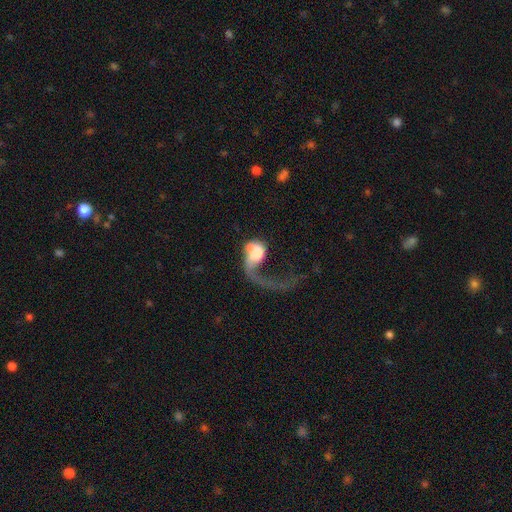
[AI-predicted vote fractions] Q: Smooth or featured?
A: featured or disk (54%); runner-up: smooth (38%)
Q: Edge-on disk?
A: no (97%); runner-up: yes (3%)
Q: Bar?
A: no (74%); runner-up: weak (20%)
Q: Spiral arms?
A: yes (68%); runner-up: no (32%)
Q: Bulge size?
A: large (35%); runner-up: moderate (21%)
Q: Merging?
A: major disturbance (58%); runner-up: merger (20%)